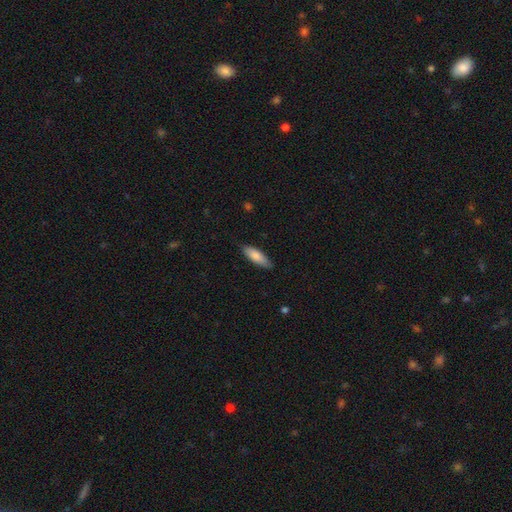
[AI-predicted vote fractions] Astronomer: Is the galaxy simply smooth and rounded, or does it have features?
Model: smooth — 81%.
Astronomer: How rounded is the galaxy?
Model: in between — 54% (runner-up: cigar-shaped, 44%).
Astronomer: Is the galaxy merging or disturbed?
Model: none — 82%.